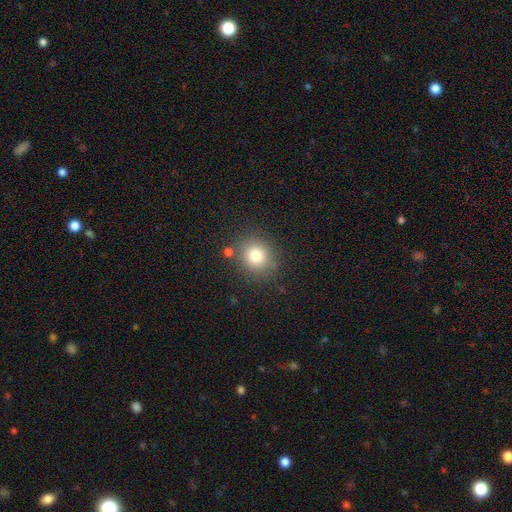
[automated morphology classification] Smooth or featured?
  - smooth: 79% *
  - star or artifact: 12%
  - featured or disk: 9%
How rounded?
  - round: 85% *
  - in between: 14%
  - cigar-shaped: 1%
Merging?
  - none: 81% *
  - minor disturbance: 10%
  - merger: 5%
  - major disturbance: 4%